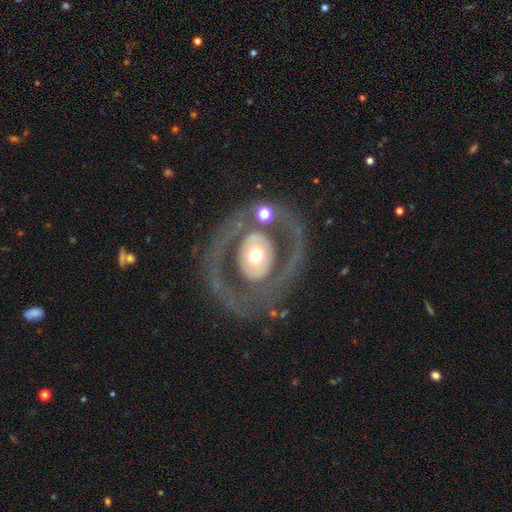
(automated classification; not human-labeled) Overall: featured or disk (67%; smooth 27%). Edge-on disk: no (93%). Bar: no (82%). Spiral arms: no (68%; yes 32%). Bulge size: moderate (56%; large 30%). Merging: none (69%).